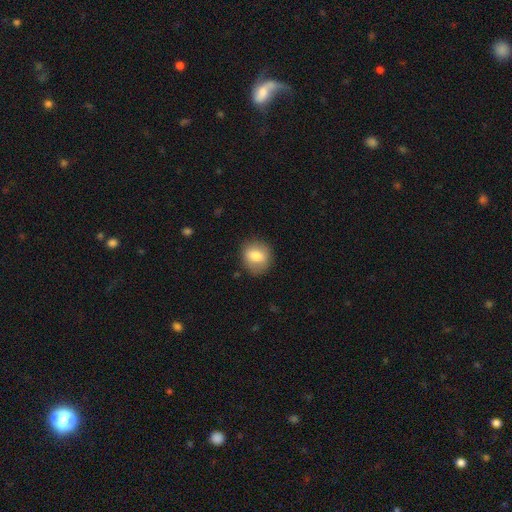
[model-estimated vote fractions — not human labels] Smooth or featured?
  - smooth: 79% *
  - featured or disk: 13%
  - star or artifact: 8%
How rounded?
  - round: 70% *
  - in between: 29%
  - cigar-shaped: 1%
Merging?
  - none: 81% *
  - minor disturbance: 14%
  - major disturbance: 4%
  - merger: 1%